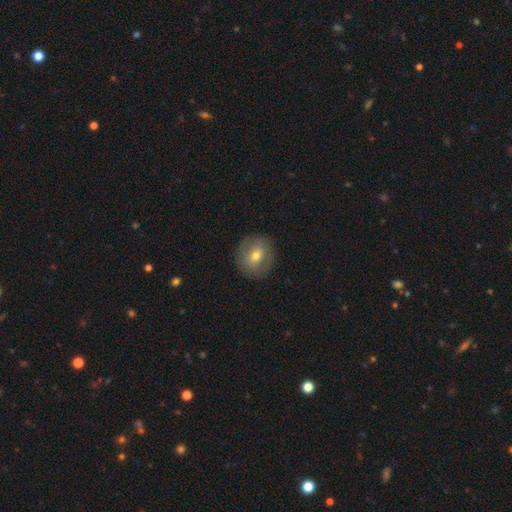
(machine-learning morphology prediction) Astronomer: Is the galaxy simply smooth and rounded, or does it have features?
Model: smooth — 58% (runner-up: featured or disk, 34%).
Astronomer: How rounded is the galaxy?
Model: round — 85%.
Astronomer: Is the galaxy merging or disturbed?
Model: none — 87%.